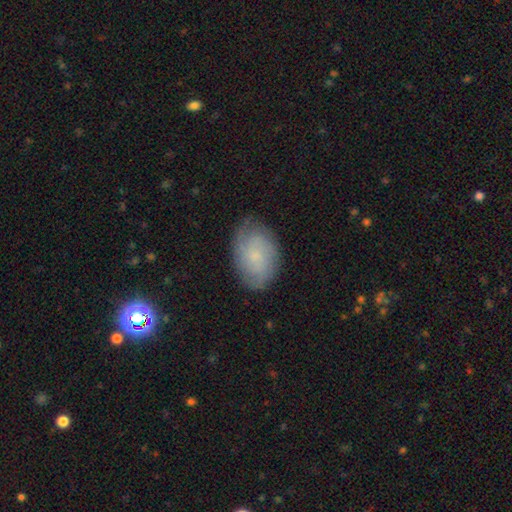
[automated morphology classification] This appears to be a smooth galaxy with no disk features (48%). Merging: none (77%).